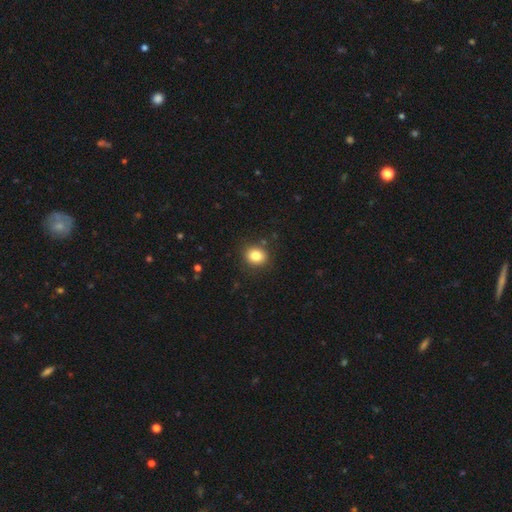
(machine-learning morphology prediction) Smooth or featured? smooth (83%)
How rounded? round (68%)
Merging? none (88%)